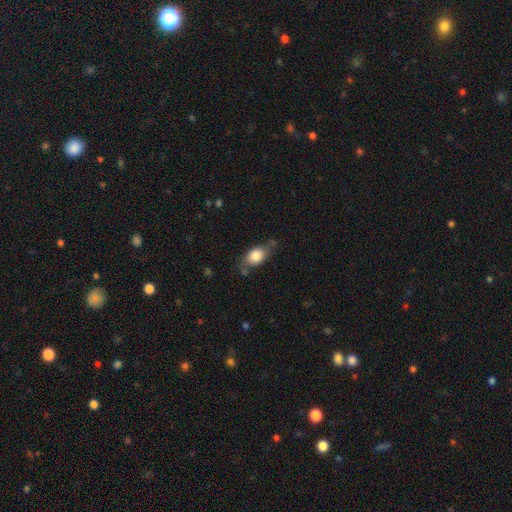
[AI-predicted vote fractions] Smooth or featured?
  - smooth: 76% *
  - featured or disk: 17%
  - star or artifact: 7%
How rounded?
  - in between: 77% *
  - round: 18%
  - cigar-shaped: 5%
Merging?
  - none: 59% *
  - minor disturbance: 27%
  - major disturbance: 9%
  - merger: 5%